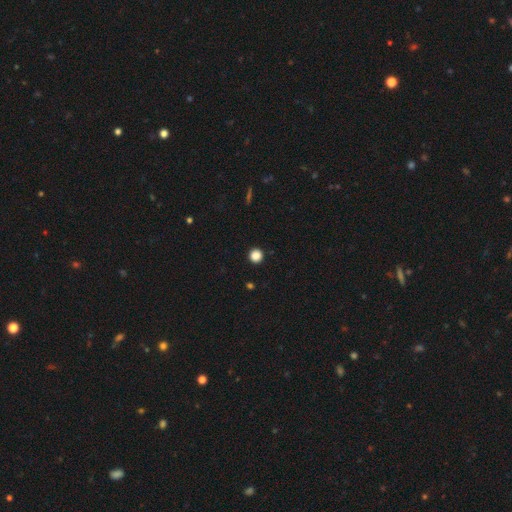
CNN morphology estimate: The model was most divided on "smooth or featured": smooth: 86%, star or artifact: 11%, featured or disk: 3%. More confident: how rounded — round (95%); merging — none (93%).